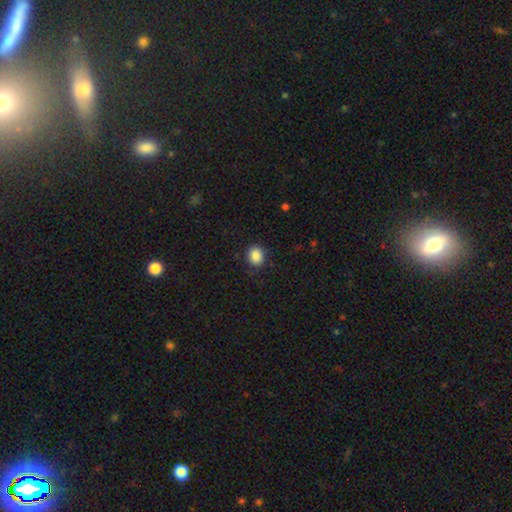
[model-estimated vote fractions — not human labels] smooth-or-featured: smooth: 87% | star or artifact: 9% | featured or disk: 3%
  how-rounded: round: 65% | in between: 34% | cigar-shaped: 1%
  merging: none: 86% | minor disturbance: 11% | major disturbance: 3% | merger: 1%